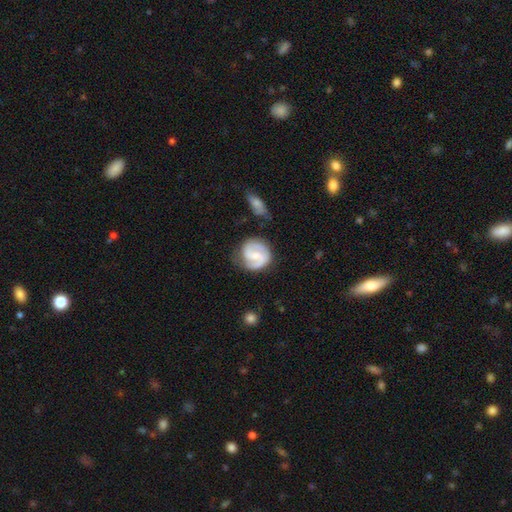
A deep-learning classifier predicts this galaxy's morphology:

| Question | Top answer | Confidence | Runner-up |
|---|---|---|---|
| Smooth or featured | featured or disk | 80% | smooth (15%) |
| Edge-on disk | no | 98% | yes (2%) |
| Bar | weak | 51% | no (34%) |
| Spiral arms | yes | 96% | no (4%) |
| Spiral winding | medium | 45% | tight (40%) |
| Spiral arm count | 2 | 83% | can't tell (6%) |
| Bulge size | small | 46% | moderate (38%) |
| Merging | none | 69% | minor disturbance (20%) |